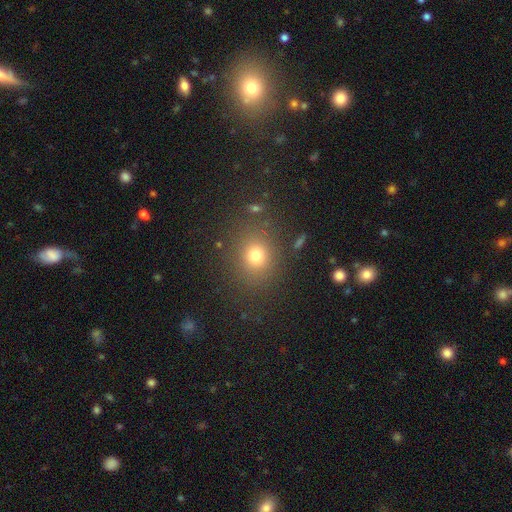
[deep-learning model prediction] This is likely a smooth galaxy (75%). How rounded: likely round (71%). Merging: clearly none (84%).